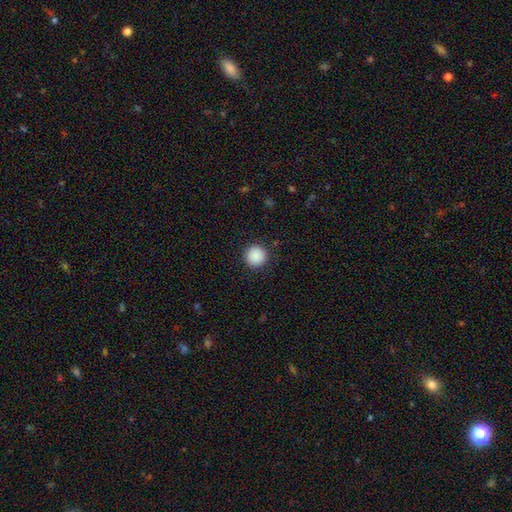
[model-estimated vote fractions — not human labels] smooth-or-featured: smooth: 89% | star or artifact: 8% | featured or disk: 2%
  how-rounded: round: 96% | in between: 3% | cigar-shaped: 1%
  merging: none: 92% | minor disturbance: 5% | major disturbance: 2% | merger: 1%